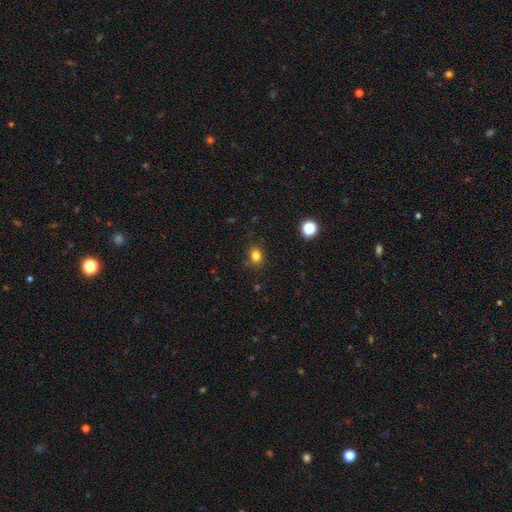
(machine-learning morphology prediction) A smooth galaxy with no disk features (81%) that is round (53%).

Vote fractions:
- Smooth or featured? smooth: 81% / star or artifact: 13% / featured or disk: 6%
- How rounded? round: 53% / in between: 46% / cigar-shaped: 1%
- Merging? none: 80% / minor disturbance: 13% / major disturbance: 4% / merger: 3%